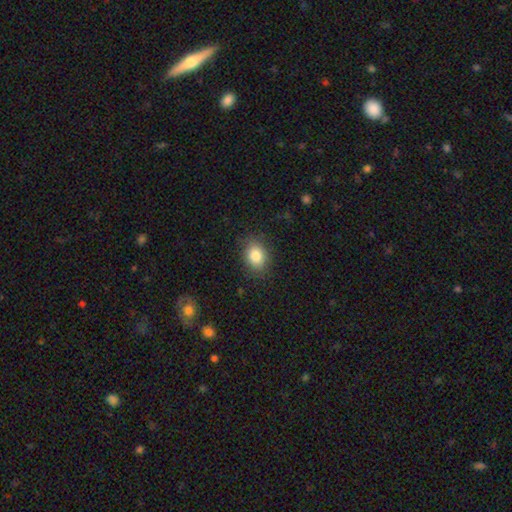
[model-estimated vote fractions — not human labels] This appears to be a smooth galaxy with no disk features (84%) that is in between round and cigar-shaped (65%). Merging: none (85%).